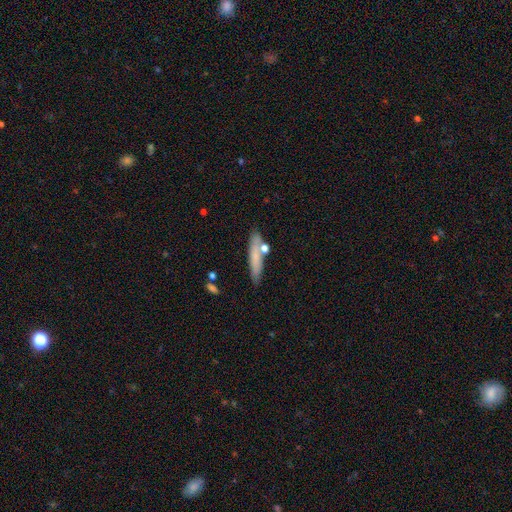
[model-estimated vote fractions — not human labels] A smooth galaxy with no disk features (70%) that is cigar-shaped (84%). Merging: none (76%).